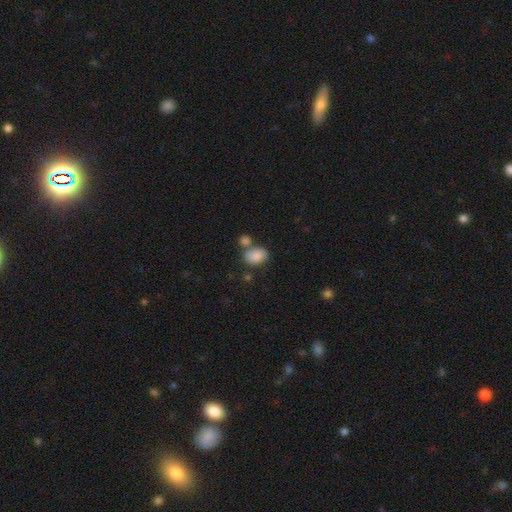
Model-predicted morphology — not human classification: Q: Smooth or featured?
A: smooth (84%); runner-up: star or artifact (8%)
Q: How rounded?
A: in between (73%); runner-up: round (26%)
Q: Merging?
A: none (52%); runner-up: merger (27%)